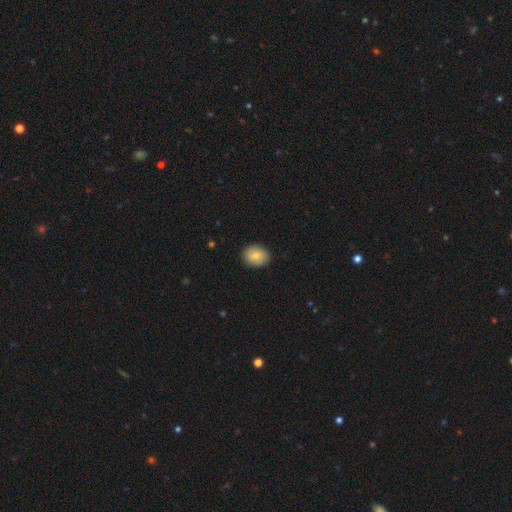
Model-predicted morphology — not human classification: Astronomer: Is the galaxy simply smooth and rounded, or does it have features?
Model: smooth — 77%.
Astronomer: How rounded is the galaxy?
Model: round — 57% (runner-up: in between, 42%).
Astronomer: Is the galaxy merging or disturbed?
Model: none — 88%.